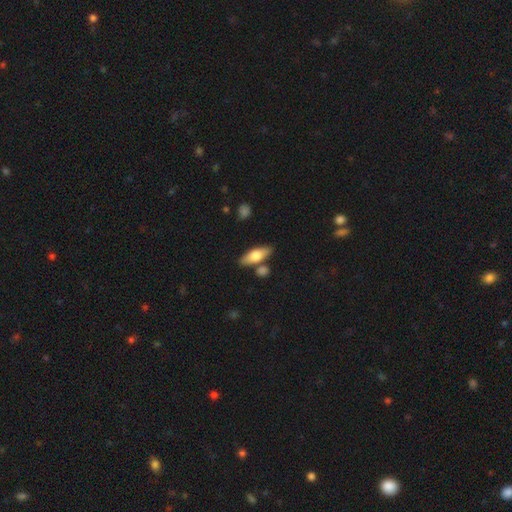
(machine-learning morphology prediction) smooth_or_featured: smooth (p=0.67) [alt: featured or disk p=0.28]
how_rounded: in between (p=0.63) [alt: cigar-shaped p=0.34]
merging: none (p=0.77) [alt: minor disturbance p=0.10]